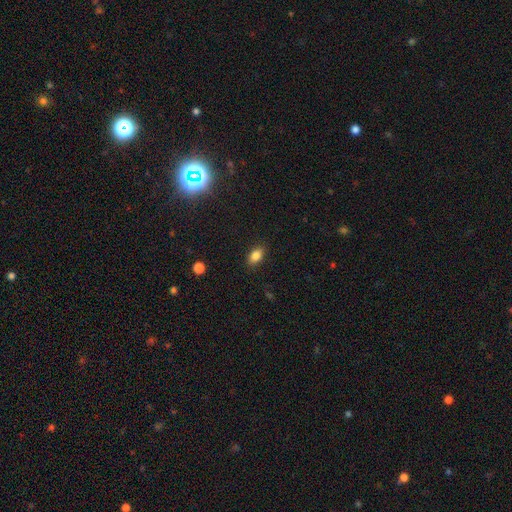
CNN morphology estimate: Smooth or featured? Predicted: smooth (p=0.84). How rounded? Predicted: in between (p=0.87). Merging? Predicted: none (p=0.87).